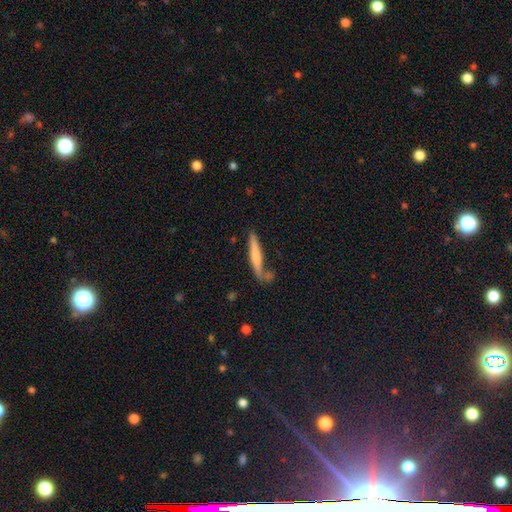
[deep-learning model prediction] Q: Smooth or featured?
A: smooth (63%); runner-up: featured or disk (32%)
Q: How rounded?
A: cigar-shaped (92%); runner-up: in between (6%)
Q: Merging?
A: none (56%); runner-up: minor disturbance (20%)